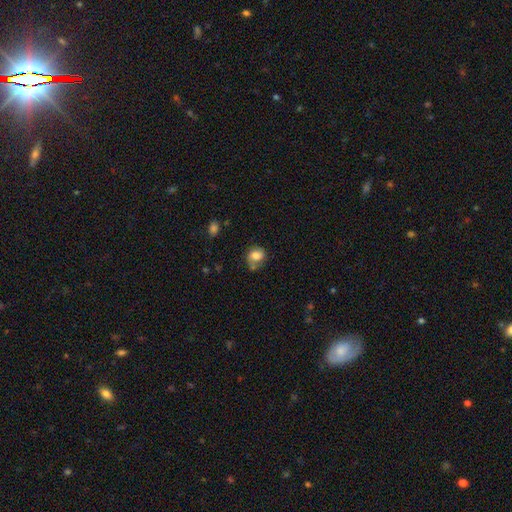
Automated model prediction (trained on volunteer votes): Smooth or featured: smooth — 74% (featured or disk — 16%)
How rounded: round — 58% (in between — 41%)
Merging: none — 53% (minor disturbance — 24%)